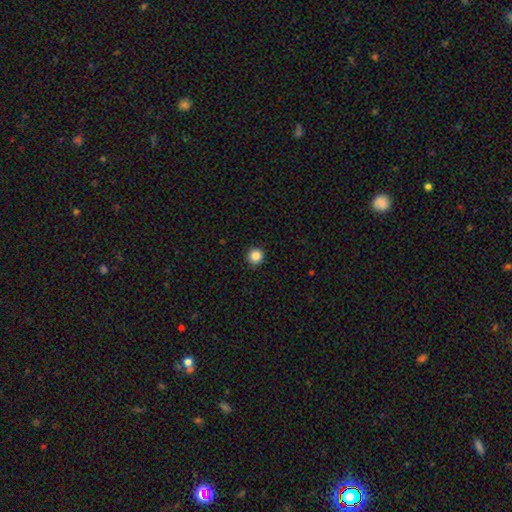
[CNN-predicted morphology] This appears to be a smooth galaxy with no disk features (85%) that is round (95%). Merging: none (93%).